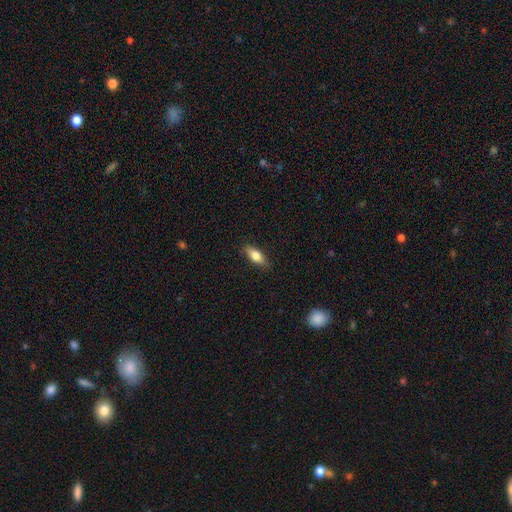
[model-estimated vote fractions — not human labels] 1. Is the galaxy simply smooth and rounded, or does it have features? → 74% smooth, 19% featured or disk, 7% star or artifact.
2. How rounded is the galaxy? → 73% in between, 24% cigar-shaped, 3% round.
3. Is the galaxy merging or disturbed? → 86% none, 11% minor disturbance, 2% major disturbance, 1% merger.